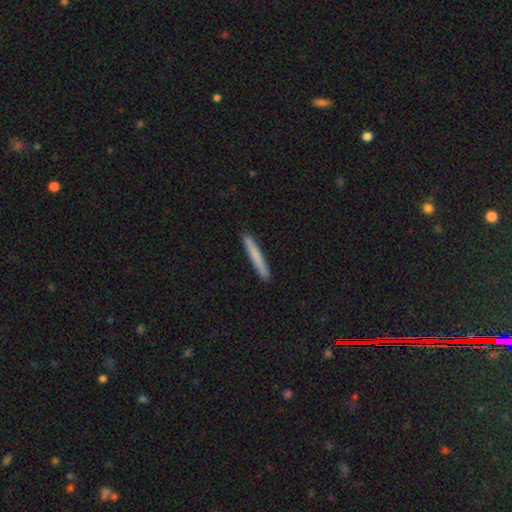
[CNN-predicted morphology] This appears to be a smooth galaxy with no disk features (76%) that is cigar-shaped (97%). Merging: none (90%).